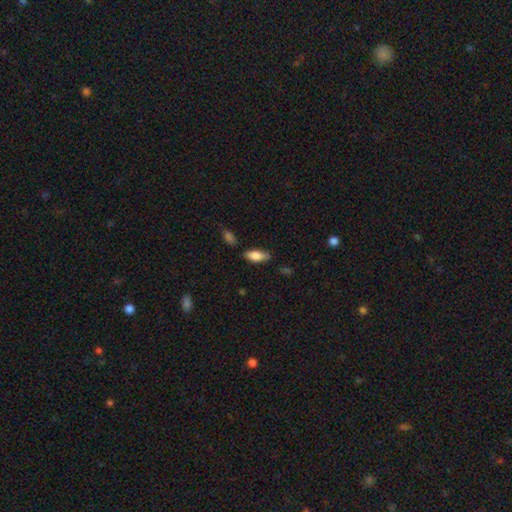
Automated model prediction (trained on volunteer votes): Overall: smooth (81%). How rounded: in between (82%). Merging: none (76%).